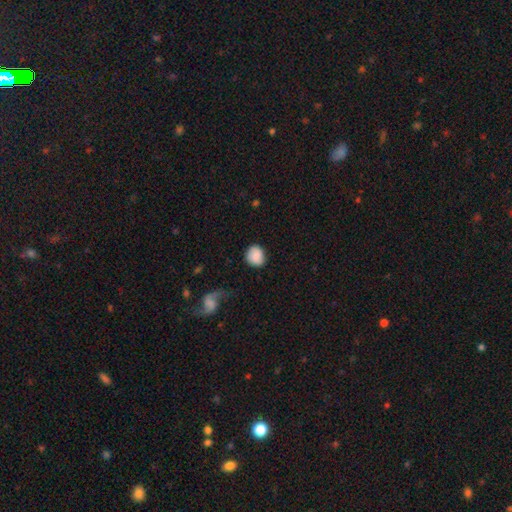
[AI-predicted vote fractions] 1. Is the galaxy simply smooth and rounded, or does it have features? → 80% smooth, 13% featured or disk, 8% star or artifact.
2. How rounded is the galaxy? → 78% round, 21% in between, 1% cigar-shaped.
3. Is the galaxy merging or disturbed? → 75% none, 17% minor disturbance, 6% major disturbance, 2% merger.